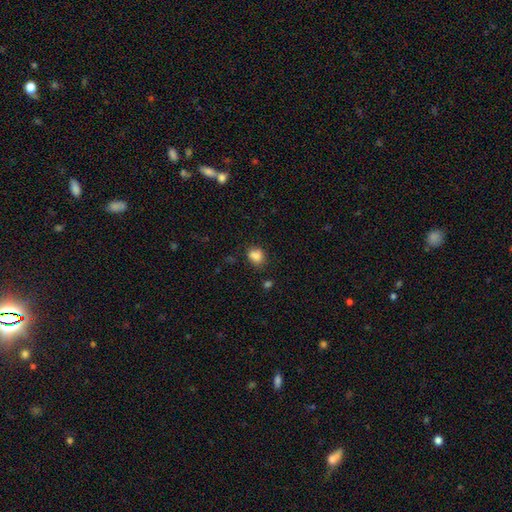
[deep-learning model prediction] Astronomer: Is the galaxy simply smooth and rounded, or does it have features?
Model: smooth — 84%.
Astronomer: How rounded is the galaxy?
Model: round — 56% (runner-up: in between, 43%).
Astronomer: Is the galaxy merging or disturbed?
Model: none — 67%.